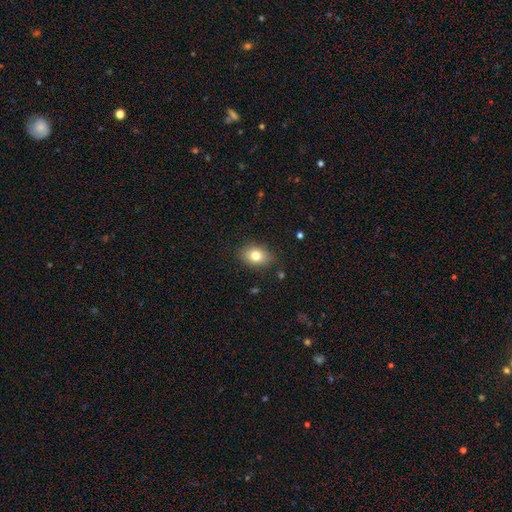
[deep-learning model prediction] Smooth or featured? smooth (79%)
How rounded? in between (72%)
Merging? none (85%)